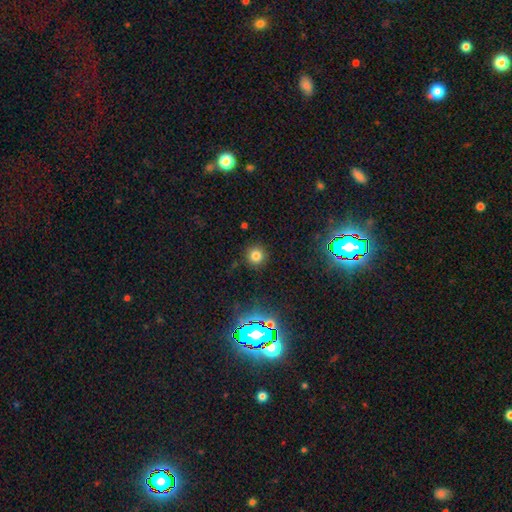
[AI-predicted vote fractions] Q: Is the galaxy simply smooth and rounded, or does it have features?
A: smooth — 75%.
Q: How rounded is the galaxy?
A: round — 94%.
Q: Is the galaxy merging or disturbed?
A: none — 89%.